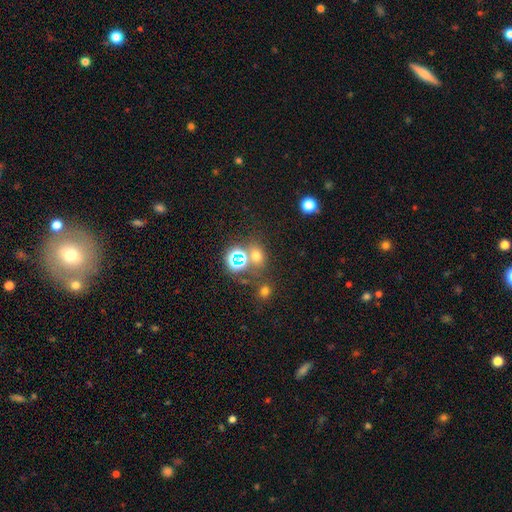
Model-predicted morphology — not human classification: smooth 57%, star or artifact 34%, featured or disk 9%. Down the decision tree: how rounded — round (61%); merging — none (66%).